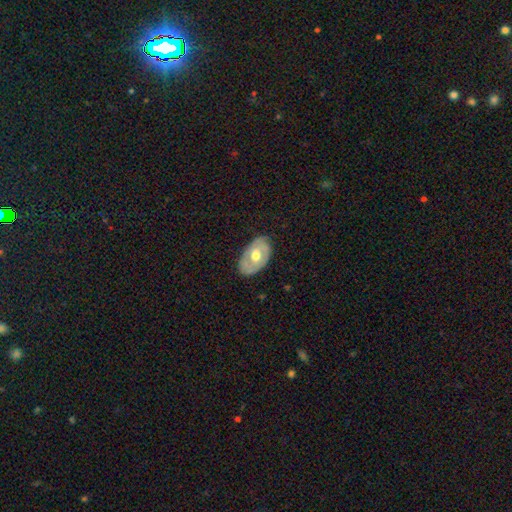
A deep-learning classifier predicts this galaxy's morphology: Q: Smooth or featured?
A: featured or disk (53%); runner-up: smooth (41%)
Q: Edge-on disk?
A: no (90%); runner-up: yes (10%)
Q: Merging?
A: none (77%); runner-up: minor disturbance (18%)